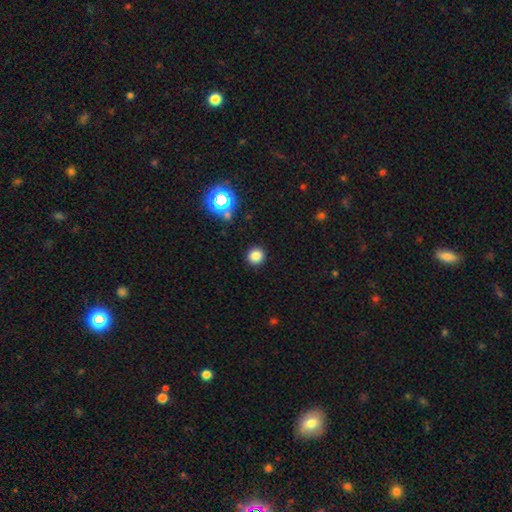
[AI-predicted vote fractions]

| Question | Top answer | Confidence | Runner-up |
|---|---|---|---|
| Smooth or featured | smooth | 81% | star or artifact (15%) |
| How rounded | round | 92% | in between (7%) |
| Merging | none | 91% | minor disturbance (5%) |